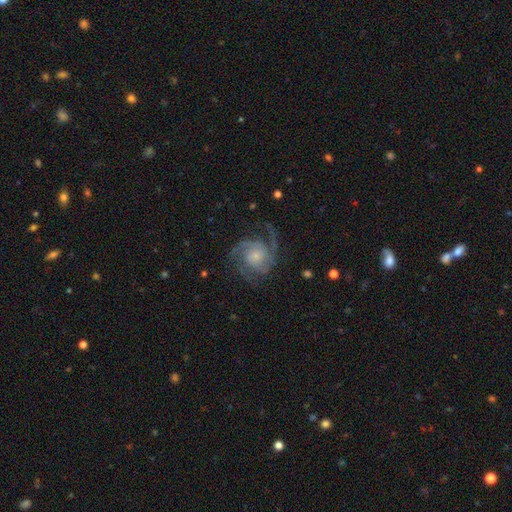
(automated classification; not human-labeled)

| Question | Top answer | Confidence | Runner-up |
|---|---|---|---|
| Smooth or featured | featured or disk | 88% | smooth (7%) |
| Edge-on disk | no | 98% | yes (2%) |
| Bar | no | 71% | weak (24%) |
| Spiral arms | yes | 97% | no (3%) |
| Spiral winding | medium | 49% | tight (36%) |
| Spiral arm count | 2 | 41% | 3 (32%) |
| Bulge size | small | 60% | moderate (25%) |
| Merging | none | 67% | minor disturbance (17%) |